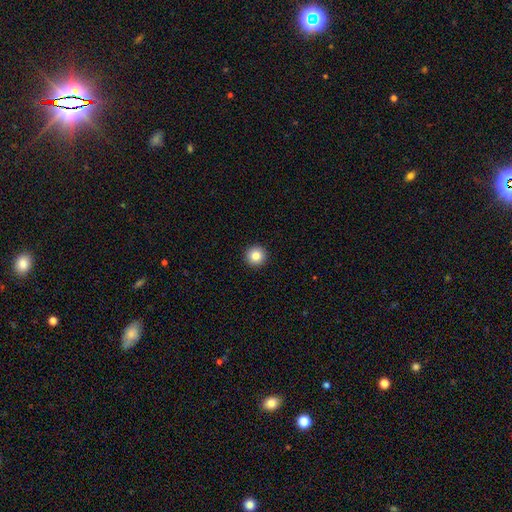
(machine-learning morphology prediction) Smooth or featured? Predicted: smooth (p=0.85). How rounded? Predicted: round (p=0.96). Merging? Predicted: none (p=0.94).